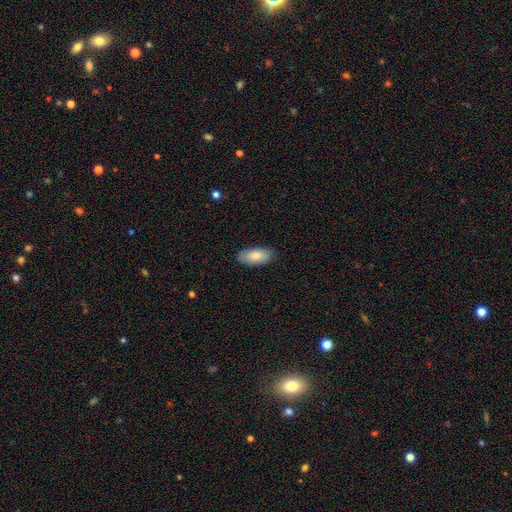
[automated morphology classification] This appears to be a smooth galaxy with no disk features (82%) that is in between round and cigar-shaped (90%). Merging: none (85%).